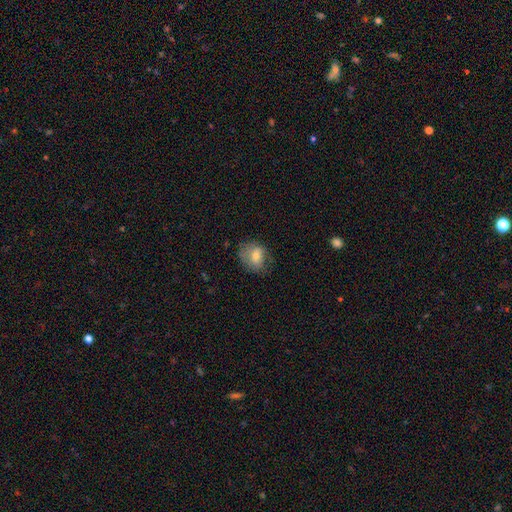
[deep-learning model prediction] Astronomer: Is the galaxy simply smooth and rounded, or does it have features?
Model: smooth — 68%.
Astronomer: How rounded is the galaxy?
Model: round — 51% (runner-up: in between, 48%).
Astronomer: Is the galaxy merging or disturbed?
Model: none — 61%.